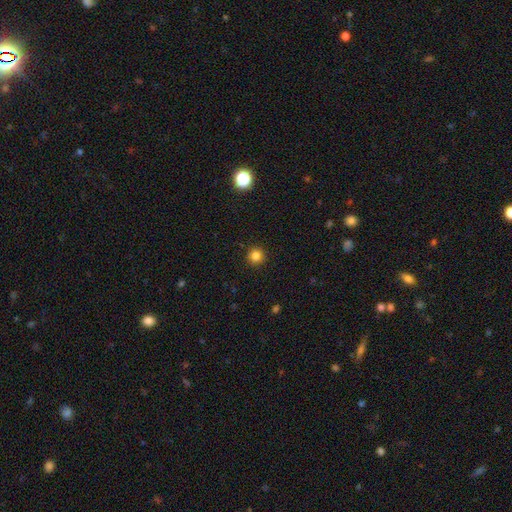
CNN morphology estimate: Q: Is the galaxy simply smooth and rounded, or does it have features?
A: smooth — 83%.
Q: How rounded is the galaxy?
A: round — 95%.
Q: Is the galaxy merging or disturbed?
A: none — 93%.